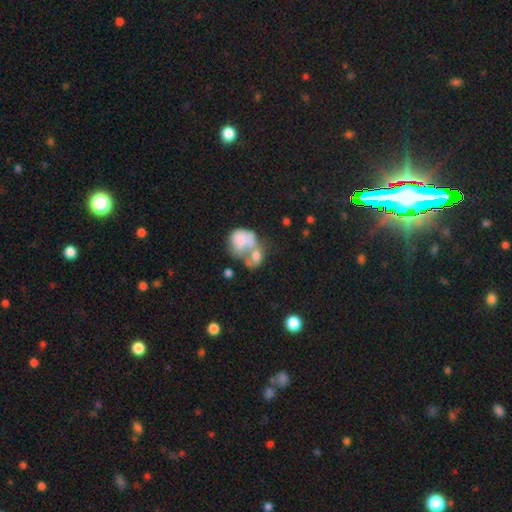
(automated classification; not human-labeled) Smooth or featured? smooth (58%)
How rounded? in between (54%)
Merging? merger (63%)